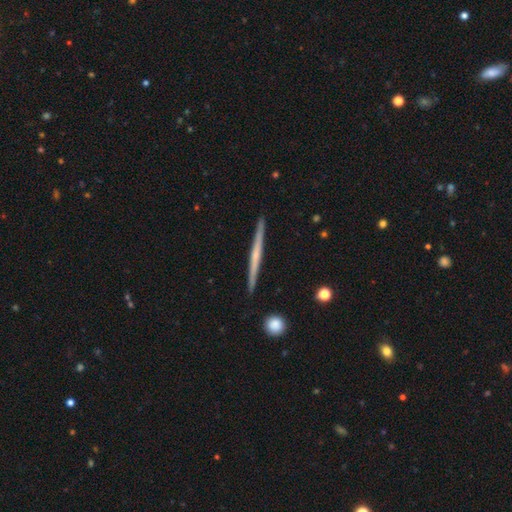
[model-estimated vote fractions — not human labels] Smooth or featured? featured or disk (63%)
Edge-on disk? yes (98%)
Edge-on bulge? none (67%)
Merging? none (92%)